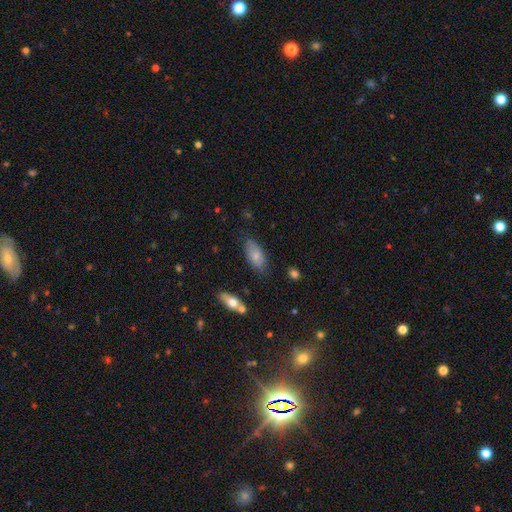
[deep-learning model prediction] This is likely a smooth galaxy (77%). How rounded: clearly in between (90%). Merging: likely none (71%).